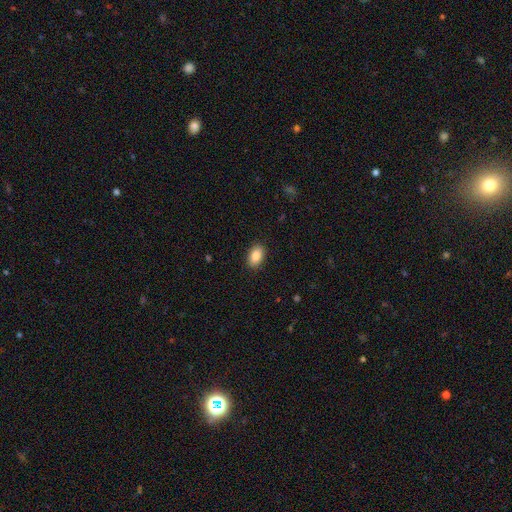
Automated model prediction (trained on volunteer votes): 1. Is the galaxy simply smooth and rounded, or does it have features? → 88% smooth, 7% star or artifact, 5% featured or disk.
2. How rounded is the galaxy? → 91% in between, 8% round, 1% cigar-shaped.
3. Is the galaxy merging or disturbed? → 89% none, 8% minor disturbance, 2% major disturbance, 1% merger.